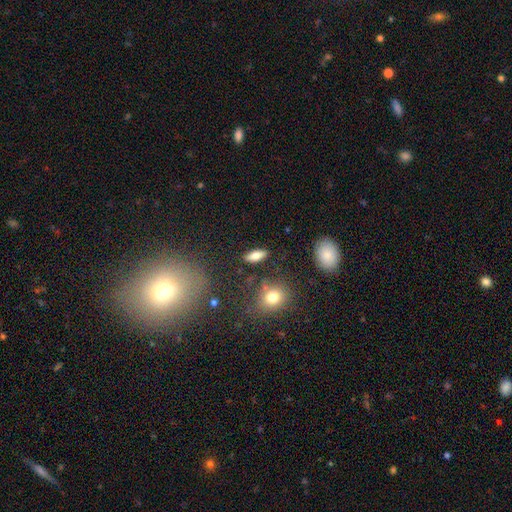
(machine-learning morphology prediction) type=smooth (72%); roundness=in between (69%); merging=none (84%).